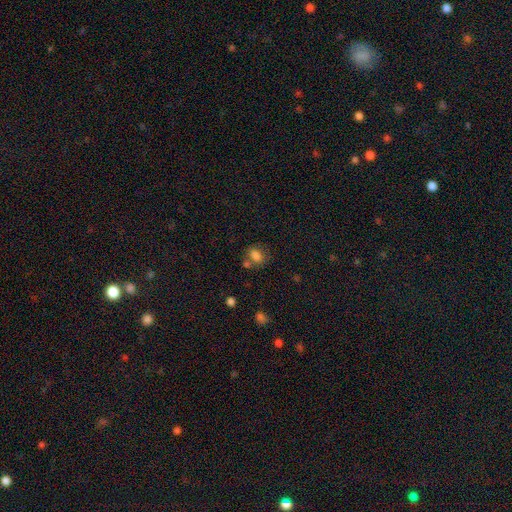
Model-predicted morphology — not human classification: smooth-or-featured: smooth: 81% | star or artifact: 12% | featured or disk: 7%
  how-rounded: in between: 68% | round: 31% | cigar-shaped: 1%
  merging: none: 58% | merger: 20% | minor disturbance: 16% | major disturbance: 6%